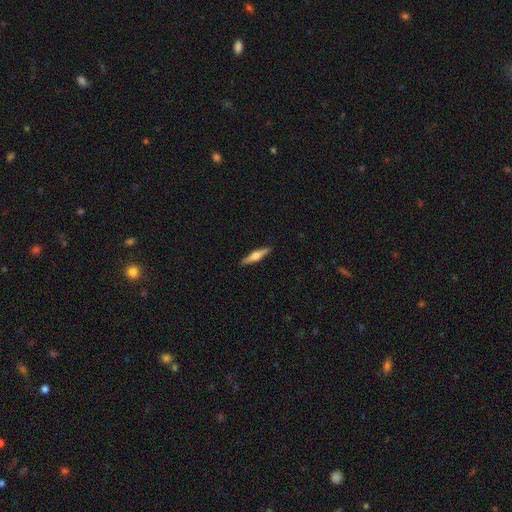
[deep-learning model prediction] smooth-or-featured: featured or disk: 58% | smooth: 37% | star or artifact: 6%
  disk-edge-on: yes: 97% | no: 3%
    edge-on-bulge: rounded: 89% | boxy: 8% | none: 4%
  merging: none: 91% | minor disturbance: 7% | major disturbance: 1% | merger: 1%